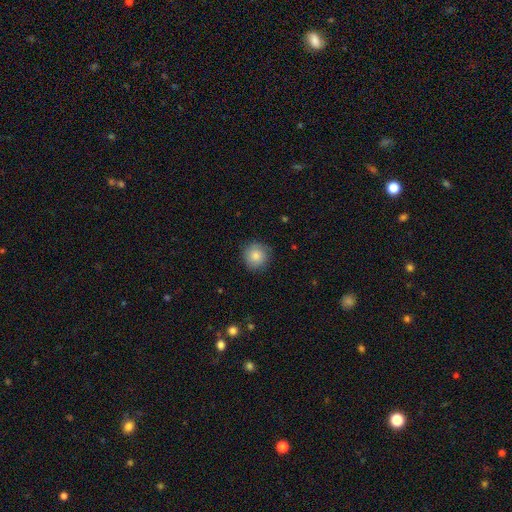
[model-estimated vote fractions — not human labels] Q: Smooth or featured?
A: smooth (84%); runner-up: star or artifact (8%)
Q: How rounded?
A: round (94%); runner-up: in between (5%)
Q: Merging?
A: none (86%); runner-up: minor disturbance (11%)